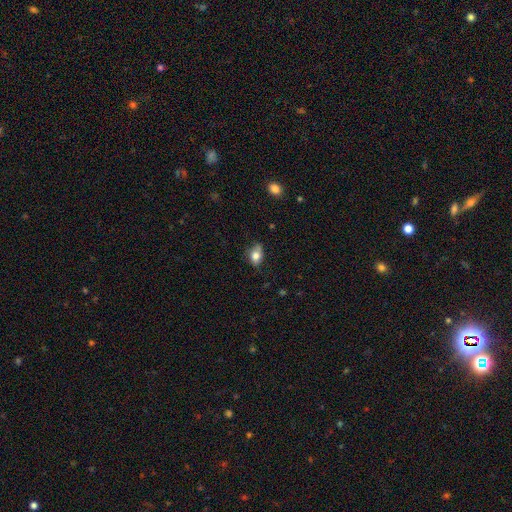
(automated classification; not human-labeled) Smooth or featured?
  - smooth: 79% *
  - featured or disk: 13%
  - star or artifact: 9%
How rounded?
  - in between: 79% *
  - round: 19%
  - cigar-shaped: 2%
Merging?
  - none: 61% *
  - minor disturbance: 30%
  - major disturbance: 7%
  - merger: 2%